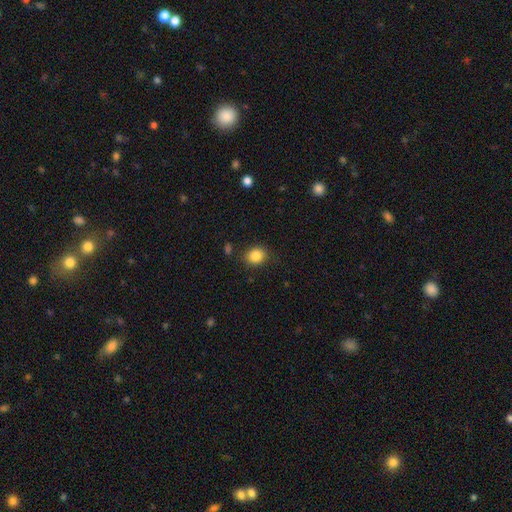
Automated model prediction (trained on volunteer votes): A smooth galaxy with no disk features (85%) that is round (68%).

Vote fractions:
- Smooth or featured? smooth: 85% / star or artifact: 10% / featured or disk: 5%
- How rounded? round: 68% / in between: 31% / cigar-shaped: 1%
- Merging? none: 84% / minor disturbance: 11% / major disturbance: 3% / merger: 2%